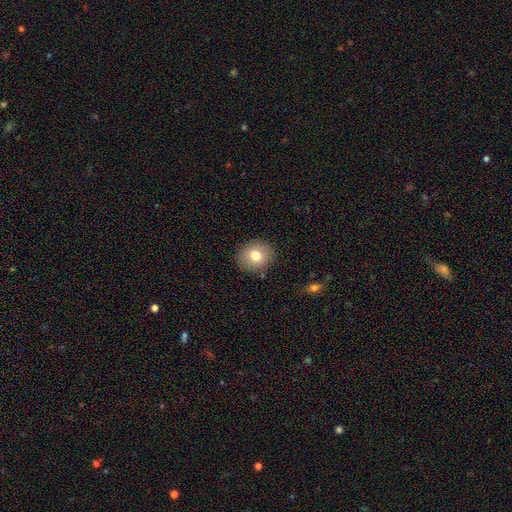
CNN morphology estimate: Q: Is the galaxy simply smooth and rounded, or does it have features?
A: smooth — 77%.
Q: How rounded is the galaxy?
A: round — 77%.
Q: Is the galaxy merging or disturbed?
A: none — 87%.